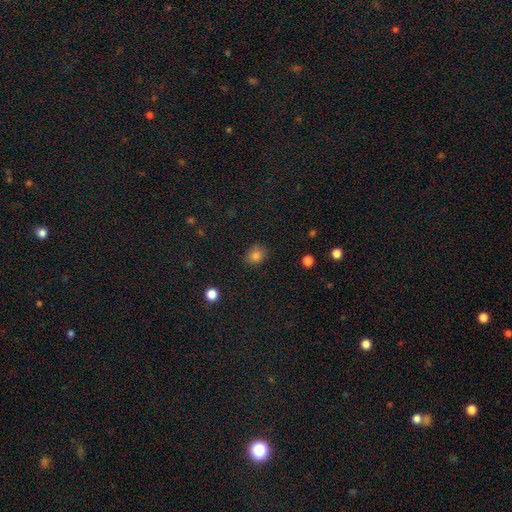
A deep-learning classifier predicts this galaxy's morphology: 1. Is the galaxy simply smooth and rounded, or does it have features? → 81% smooth, 13% star or artifact, 6% featured or disk.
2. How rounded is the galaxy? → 75% round, 24% in between, 1% cigar-shaped.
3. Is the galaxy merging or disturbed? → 86% none, 10% minor disturbance, 3% major disturbance, 1% merger.